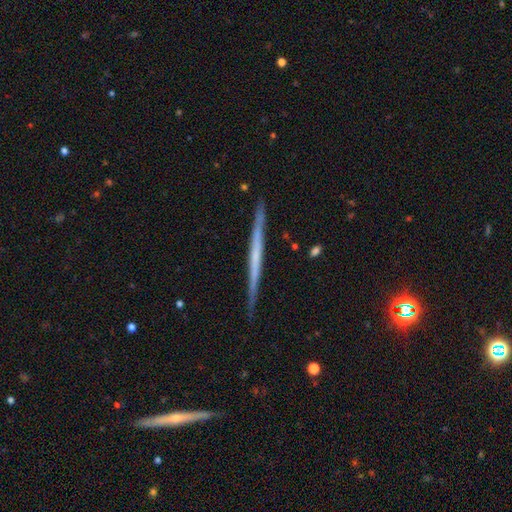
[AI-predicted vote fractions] The model was most divided on "smooth or featured": featured or disk: 65%, smooth: 29%, star or artifact: 6%. More confident: edge-on disk — yes (98%); merging — none (90%); edge-on bulge — none (86%).